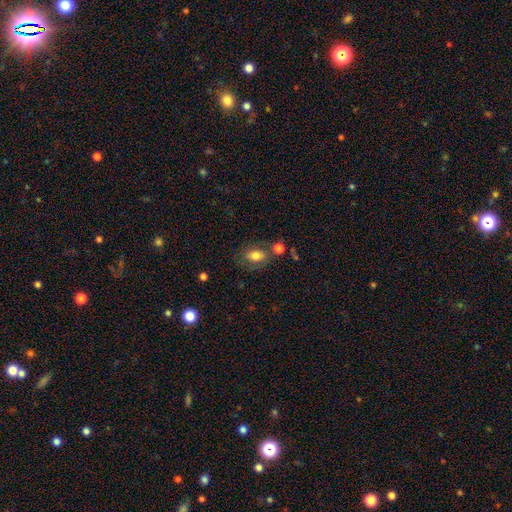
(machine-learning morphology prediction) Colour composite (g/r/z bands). It shows a smooth galaxy with no disk features (70%) that is in between round and cigar-shaped (83%). Merging: none (58%).